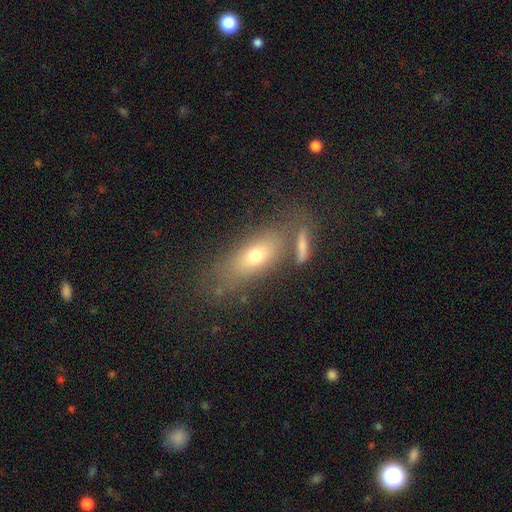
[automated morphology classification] Overall: smooth (63%; featured or disk 26%). How rounded: in between (69%). Merging: none (63%).